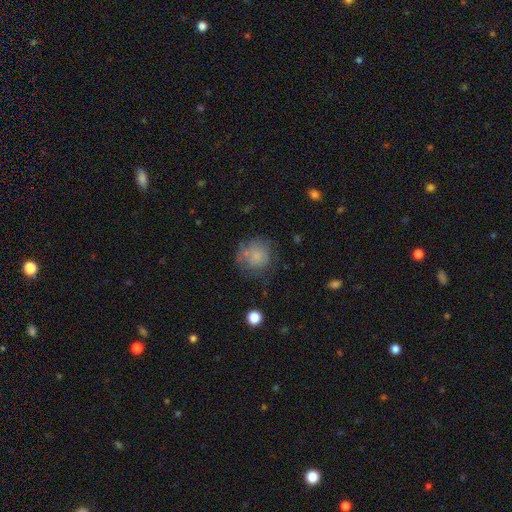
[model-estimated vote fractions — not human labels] Morphology: type=smooth (71%); roundness=round (87%); merging=none (57%).